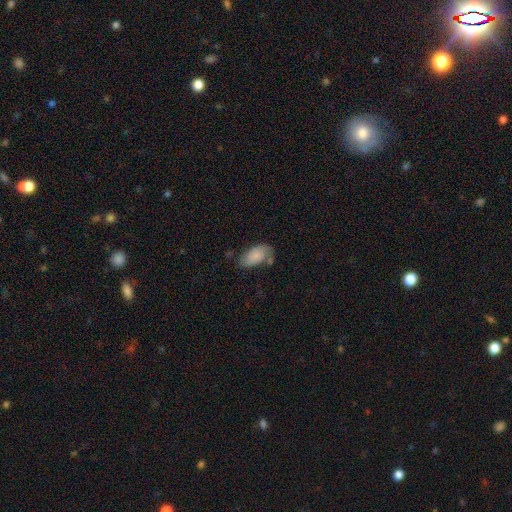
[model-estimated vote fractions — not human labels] smooth 68%, featured or disk 25%, star or artifact 7%. Down the decision tree: how rounded — in between (93%); merging — none (47%).